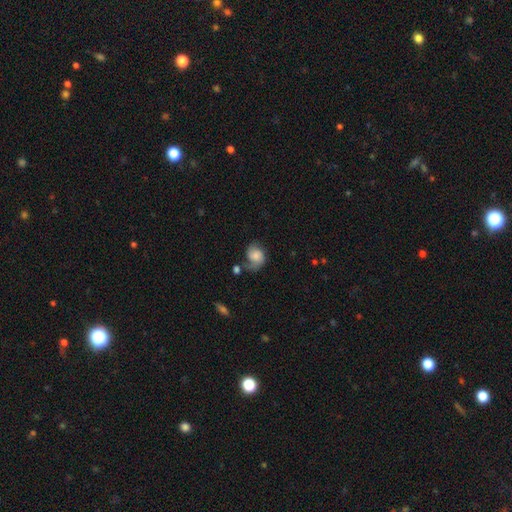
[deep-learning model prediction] A smooth galaxy with no disk features (48%). Merging: none (38%).